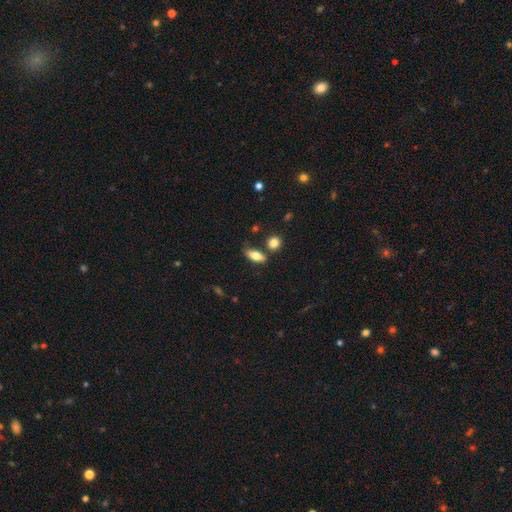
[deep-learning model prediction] Q: Smooth or featured?
A: smooth (77%); runner-up: featured or disk (16%)
Q: How rounded?
A: in between (74%); runner-up: cigar-shaped (21%)
Q: Merging?
A: none (68%); runner-up: minor disturbance (18%)